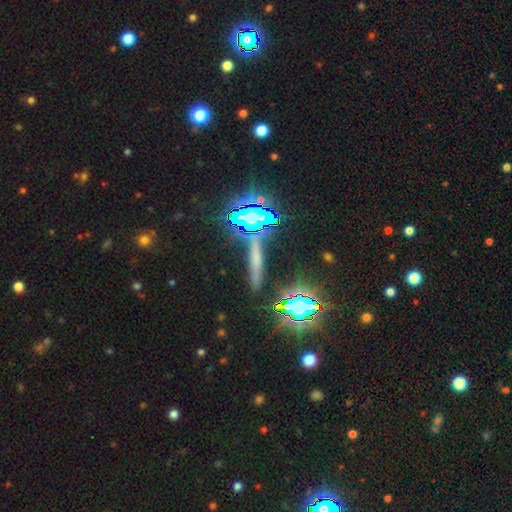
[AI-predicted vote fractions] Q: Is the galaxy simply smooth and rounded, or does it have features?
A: star or artifact — 45%.